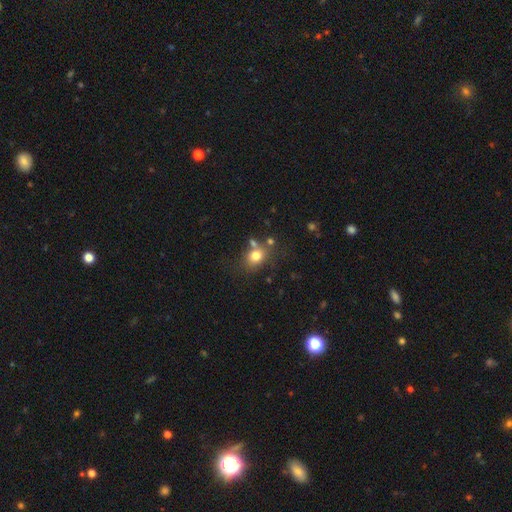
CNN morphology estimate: Smooth or featured? smooth (77%)
How rounded? round (50%)
Merging? none (62%)